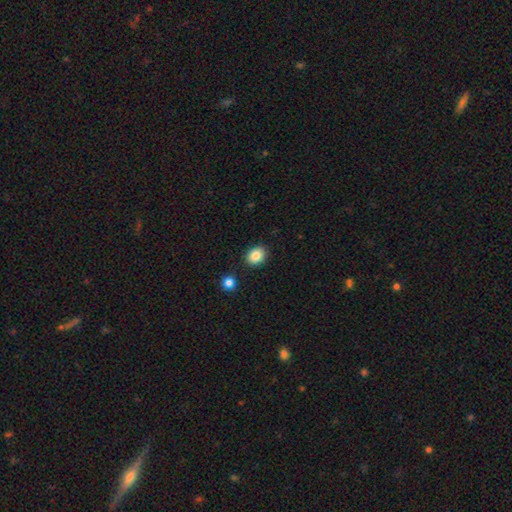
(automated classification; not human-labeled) This is clearly a smooth galaxy (86%). How rounded: possibly in between (56%). Merging: clearly none (88%).